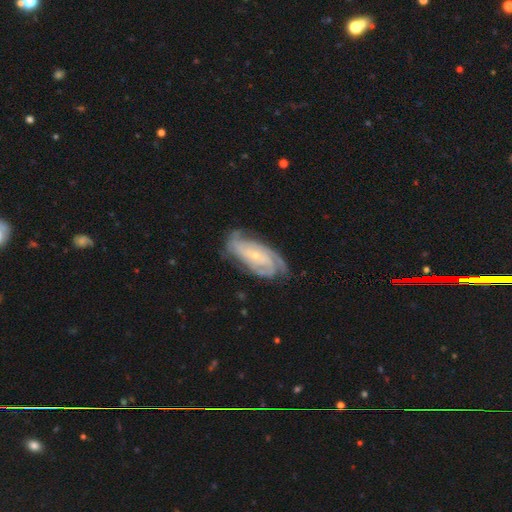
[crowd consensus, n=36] A featured or disk galaxy (100%) with no bar (71%), 3 (39%) tight (61%) spiral arms (97%) and a small central bulge (82%). Merging: none (64%).